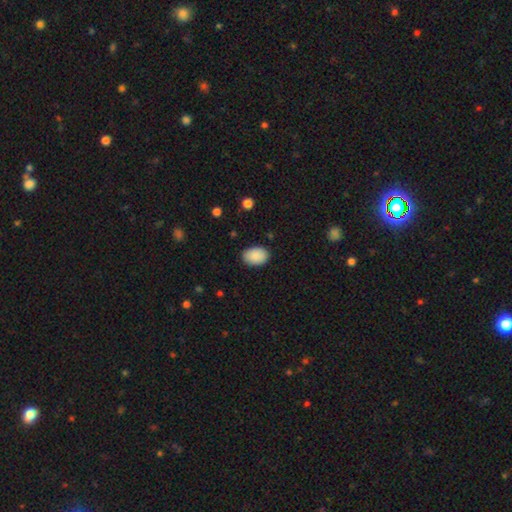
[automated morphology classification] smooth-or-featured: smooth: 90% | star or artifact: 7% | featured or disk: 3%
  how-rounded: in between: 86% | round: 13% | cigar-shaped: 1%
  merging: none: 86% | minor disturbance: 10% | major disturbance: 2% | merger: 1%